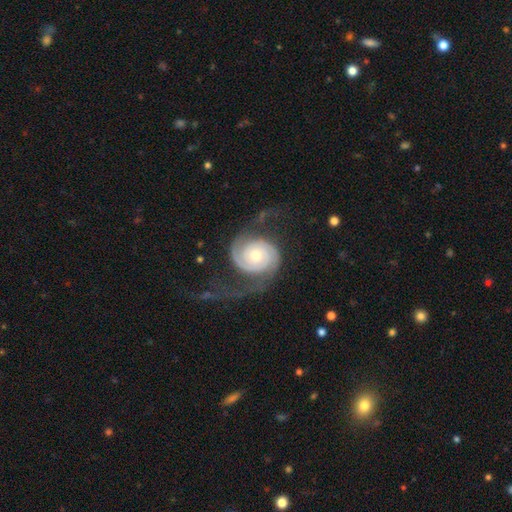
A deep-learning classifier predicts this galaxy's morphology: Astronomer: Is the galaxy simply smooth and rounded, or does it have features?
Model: featured or disk — 89%.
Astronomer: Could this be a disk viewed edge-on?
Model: no — 98%.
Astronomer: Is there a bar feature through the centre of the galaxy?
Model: no — 73%.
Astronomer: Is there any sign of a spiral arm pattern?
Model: yes — 98%.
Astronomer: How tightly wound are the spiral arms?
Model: tight — 53% (runner-up: medium, 31%).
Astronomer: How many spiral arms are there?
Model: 2 — 85%.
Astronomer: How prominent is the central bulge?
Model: moderate — 56% (runner-up: small, 37%).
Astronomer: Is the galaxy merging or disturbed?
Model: none — 55%.